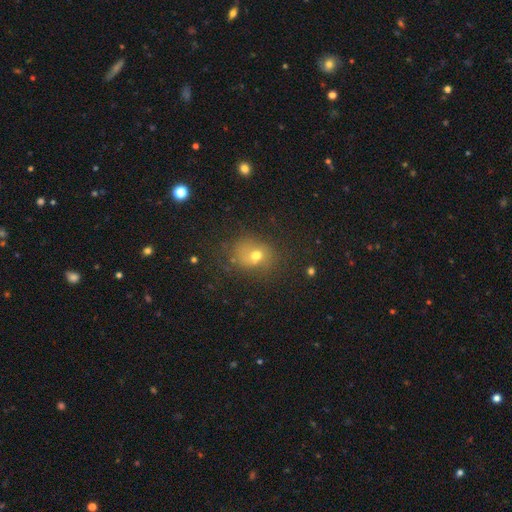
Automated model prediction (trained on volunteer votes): smooth 65%, featured or disk 18%, star or artifact 17%. Down the decision tree: how rounded — round (61%); merging — none (63%).